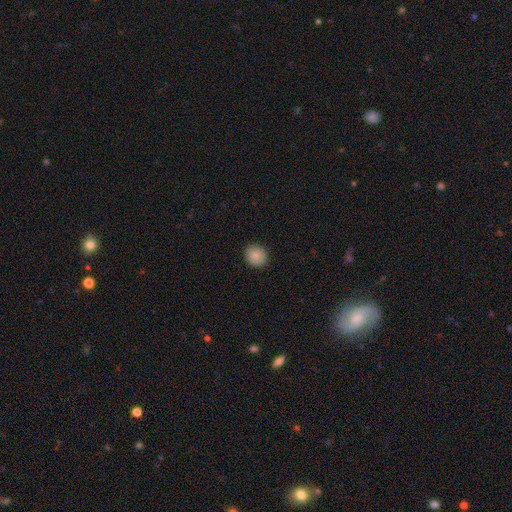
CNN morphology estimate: Q: Smooth or featured?
A: smooth (85%); runner-up: star or artifact (8%)
Q: How rounded?
A: round (89%); runner-up: in between (11%)
Q: Merging?
A: none (89%); runner-up: minor disturbance (8%)